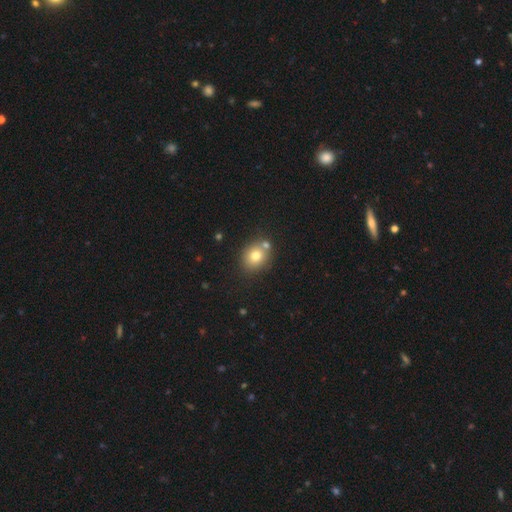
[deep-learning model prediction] smooth 76%, featured or disk 13%, star or artifact 12%. Down the decision tree: how rounded — round (64%); merging — none (65%).